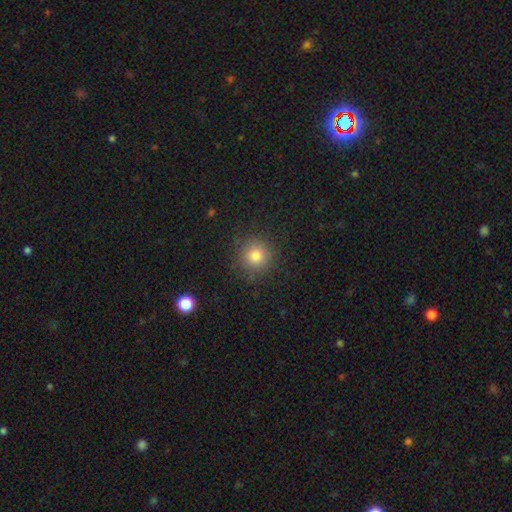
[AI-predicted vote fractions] The model was most divided on "smooth or featured": smooth: 79%, star or artifact: 14%, featured or disk: 7%. More confident: how rounded — round (94%); merging — none (88%).